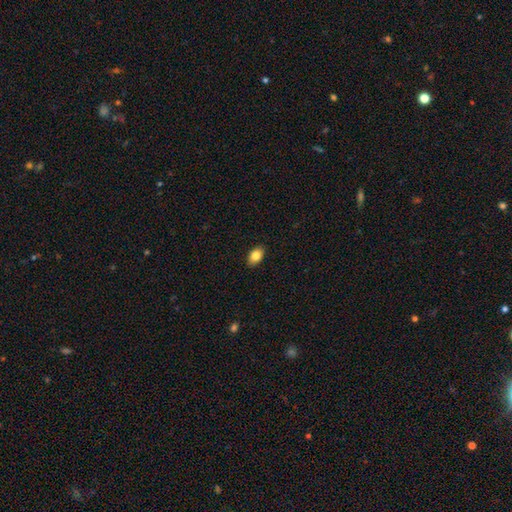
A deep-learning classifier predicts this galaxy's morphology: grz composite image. It shows a smooth galaxy with no disk features (84%) that is in between round and cigar-shaped (89%). Merging: none (89%).